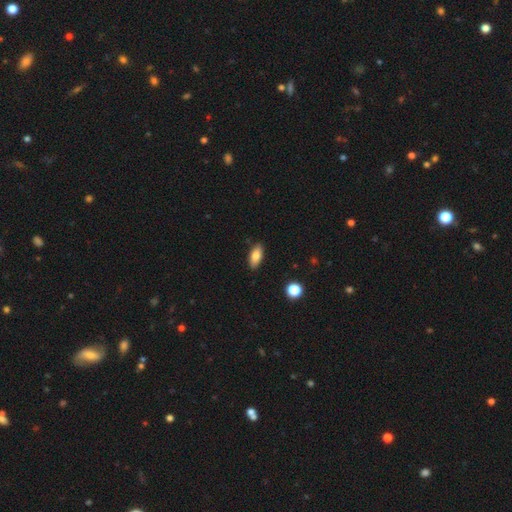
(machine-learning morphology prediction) A smooth galaxy with no disk features (81%) that is in between round and cigar-shaped (83%).

Vote fractions:
- Smooth or featured? smooth: 81% / featured or disk: 12% / star or artifact: 7%
- How rounded? in between: 83% / cigar-shaped: 14% / round: 3%
- Merging? none: 87% / minor disturbance: 10% / major disturbance: 2% / merger: 1%